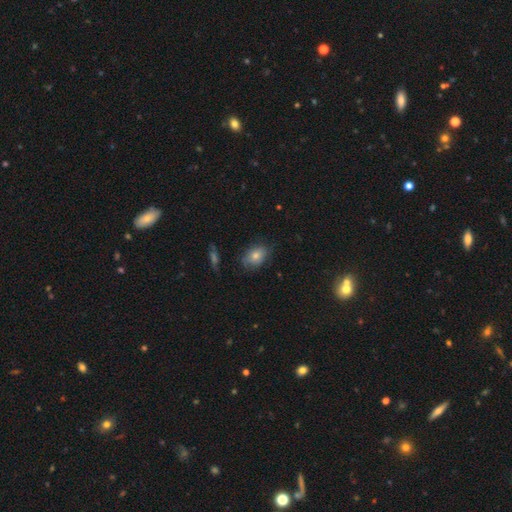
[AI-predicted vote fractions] This is likely a smooth galaxy (75%). How rounded: likely in between (77%). Merging: likely none (72%).